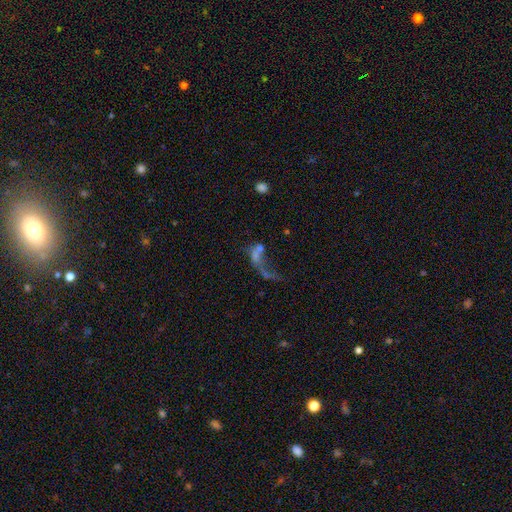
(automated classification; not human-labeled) Q: Smooth or featured?
A: featured or disk (46%); runner-up: smooth (32%)
Q: Merging?
A: merger (40%); runner-up: major disturbance (32%)